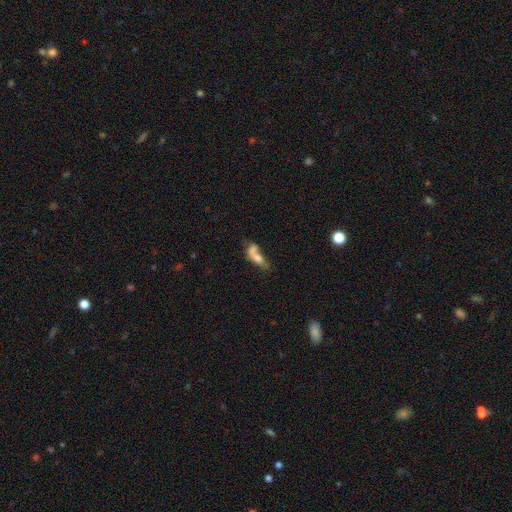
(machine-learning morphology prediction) Smooth or featured? Predicted: smooth (p=0.59). How rounded? Predicted: in between (p=0.68). Merging? Predicted: merger (p=0.57).